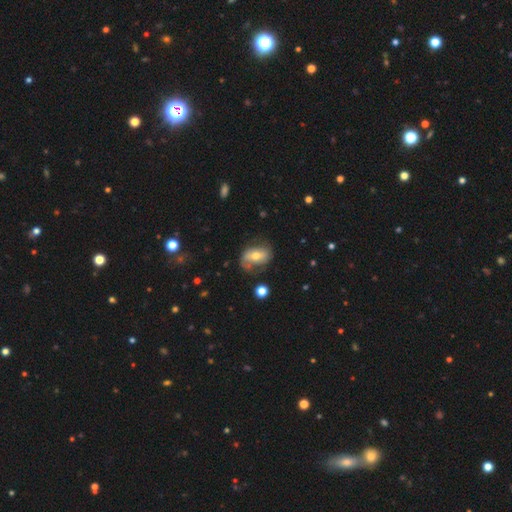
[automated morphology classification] The model was most divided on "smooth or featured": featured or disk: 48%, smooth: 44%, star or artifact: 8%. More confident: merging — none (55%).